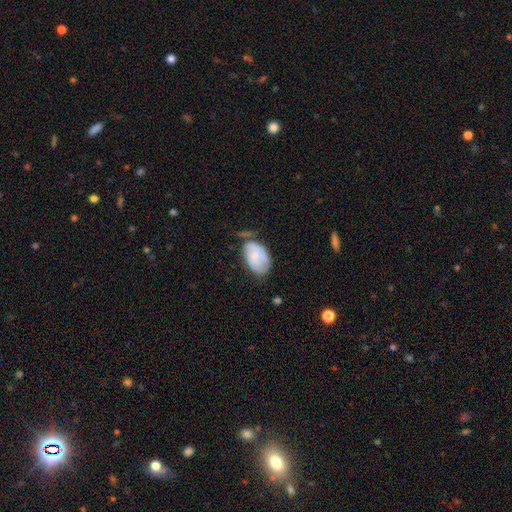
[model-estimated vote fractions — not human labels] A smooth galaxy with no disk features (63%) that is in between round and cigar-shaped (90%). Merging: none (41%).